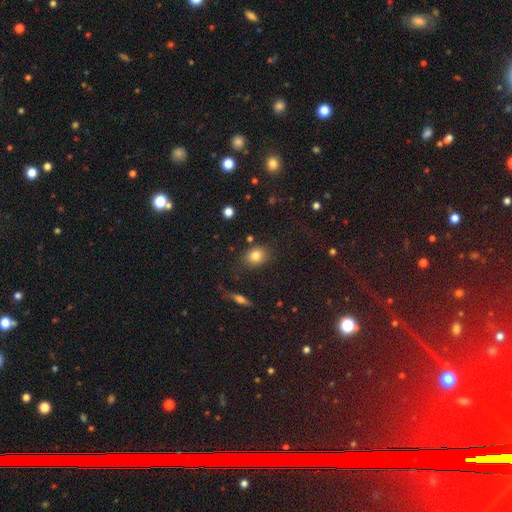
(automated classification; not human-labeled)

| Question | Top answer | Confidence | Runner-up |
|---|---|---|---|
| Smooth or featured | smooth | 80% | star or artifact (11%) |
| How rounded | in between | 50% | round (49%) |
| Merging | none | 77% | minor disturbance (15%) |